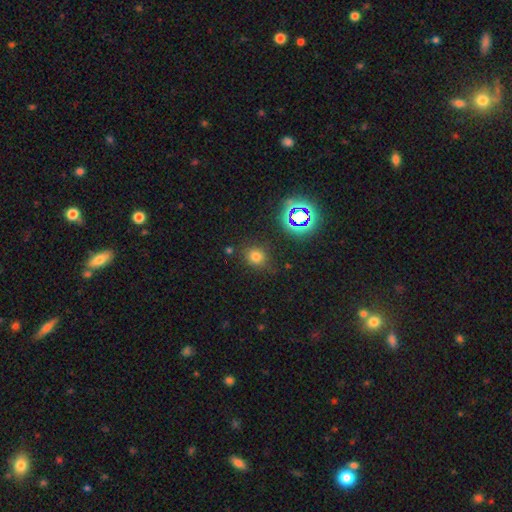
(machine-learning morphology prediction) smooth 70%, star or artifact 23%, featured or disk 8%. Down the decision tree: how rounded — round (76%); merging — none (82%).